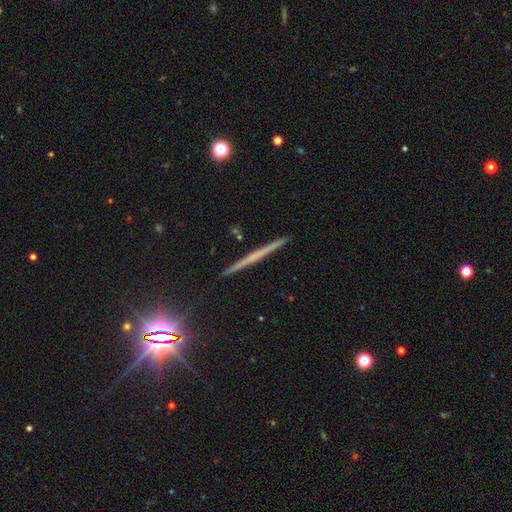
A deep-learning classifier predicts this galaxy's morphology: featured or disk 54%, smooth 29%, star or artifact 17%. Down the decision tree: edge-on disk — yes (98%); edge-on bulge — none (81%); merging — none (92%).